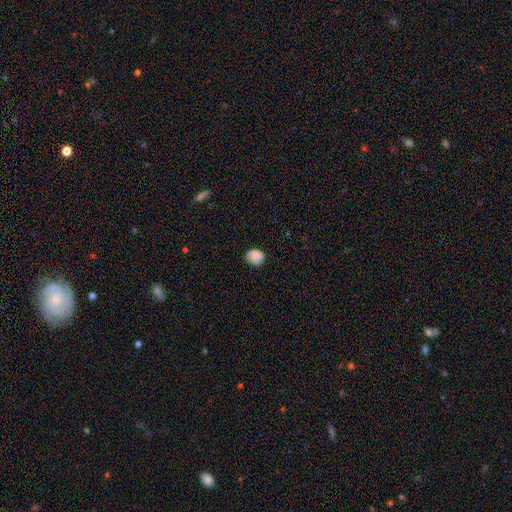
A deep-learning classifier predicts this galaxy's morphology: Smooth or featured? smooth (73%)
How rounded? round (50%)
Merging? none (62%)